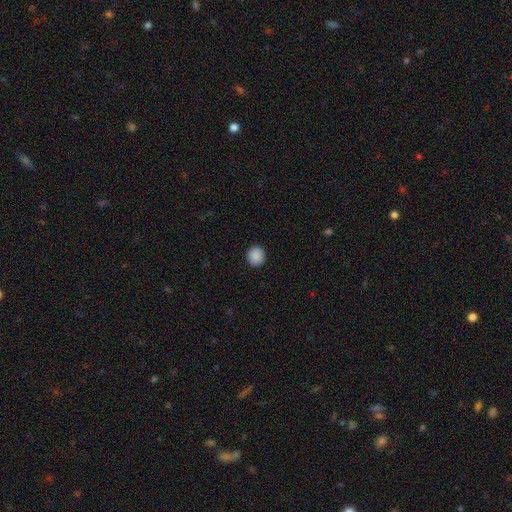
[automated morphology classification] Smooth or featured: smooth — 89% (star or artifact — 8%)
How rounded: round — 87% (in between — 12%)
Merging: none — 92% (minor disturbance — 5%)